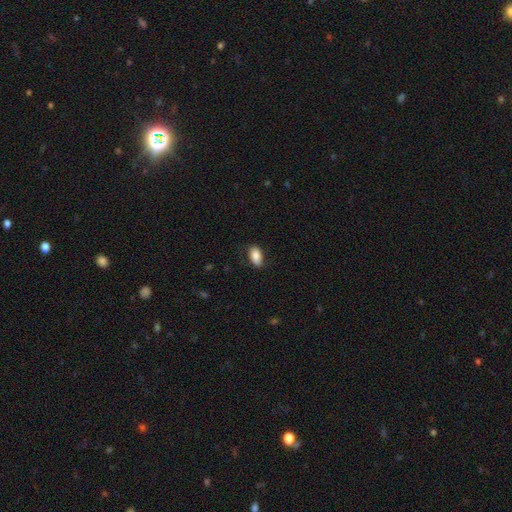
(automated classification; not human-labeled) Morphology: type=smooth (83%); roundness=in between (91%); merging=none (76%).